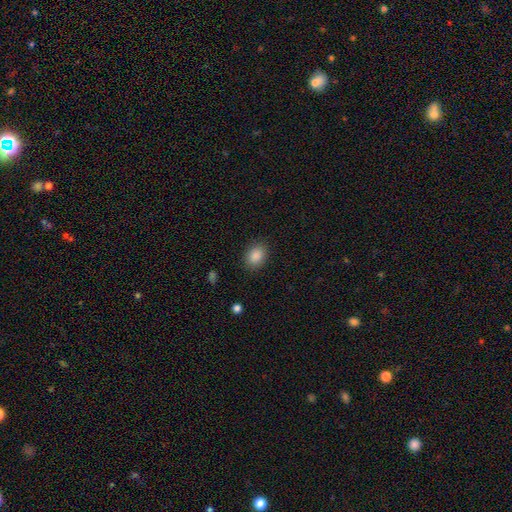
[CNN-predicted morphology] A smooth galaxy with no disk features (87%) that is in between round and cigar-shaped (65%).

Vote fractions:
- Smooth or featured? smooth: 87% / star or artifact: 9% / featured or disk: 4%
- How rounded? in between: 65% / round: 34% / cigar-shaped: 1%
- Merging? none: 87% / minor disturbance: 9% / major disturbance: 3% / merger: 1%